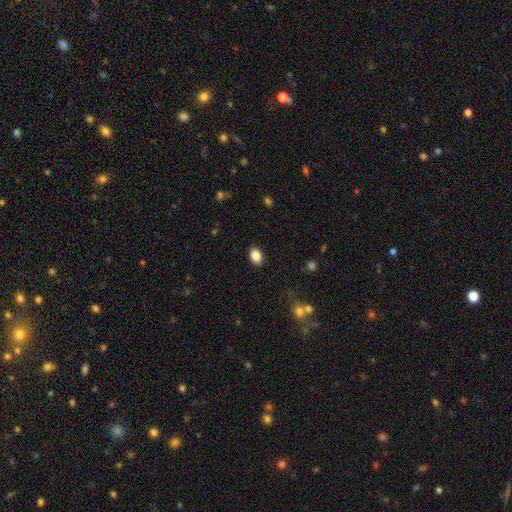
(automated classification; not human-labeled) Smooth or featured?
  - smooth: 87% *
  - star or artifact: 8%
  - featured or disk: 5%
How rounded?
  - in between: 82% *
  - round: 17%
  - cigar-shaped: 1%
Merging?
  - none: 89% *
  - minor disturbance: 8%
  - major disturbance: 2%
  - merger: 1%